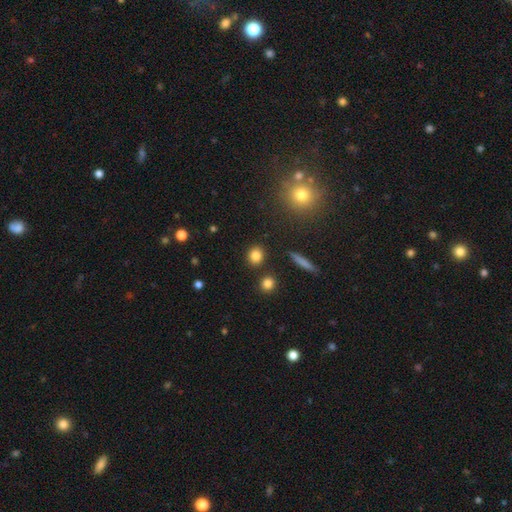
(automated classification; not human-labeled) Smooth or featured: smooth — 83% (star or artifact — 11%)
How rounded: round — 78% (in between — 20%)
Merging: none — 88% (minor disturbance — 6%)